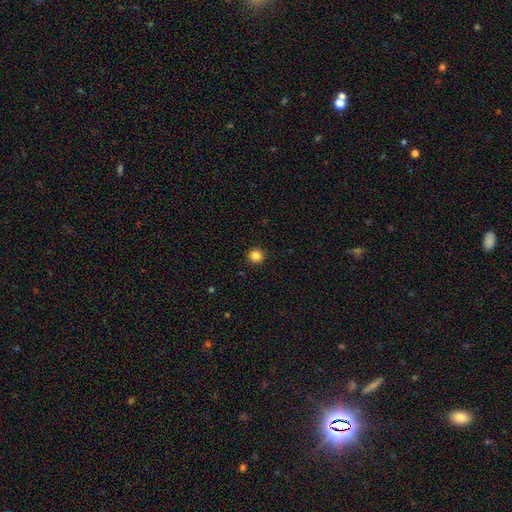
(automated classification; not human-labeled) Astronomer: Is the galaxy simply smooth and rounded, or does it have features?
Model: smooth — 84%.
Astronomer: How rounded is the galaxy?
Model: round — 95%.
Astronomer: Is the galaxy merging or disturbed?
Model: none — 93%.